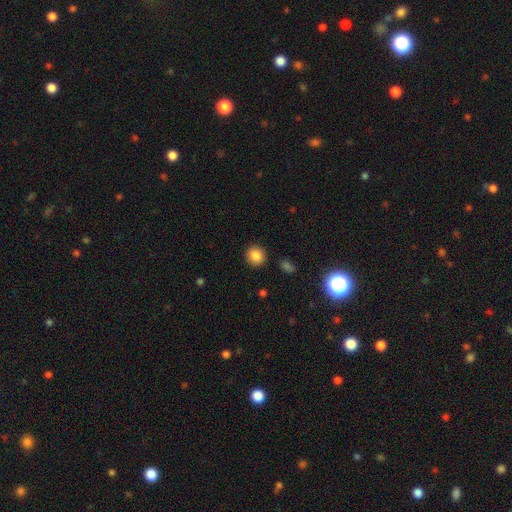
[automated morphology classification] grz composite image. It shows a smooth galaxy with no disk features (86%) that is round (89%). Merging: none (90%).